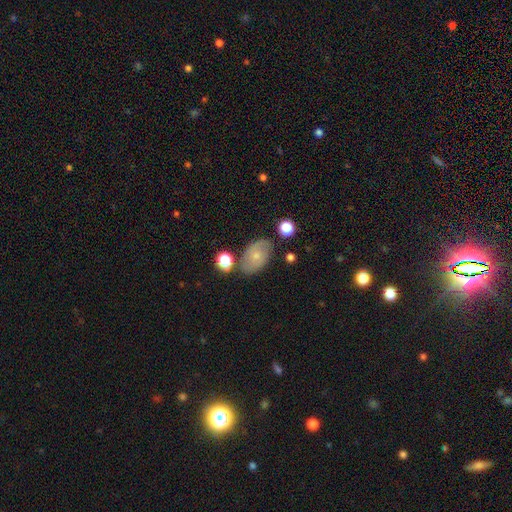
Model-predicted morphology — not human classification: Smooth or featured: smooth — 56% (featured or disk — 35%)
How rounded: in between — 86% (round — 12%)
Merging: none — 71% (minor disturbance — 19%)